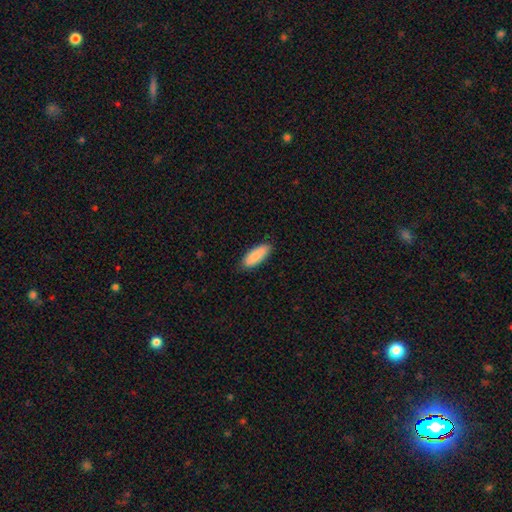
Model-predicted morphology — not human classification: A smooth galaxy with no disk features (89%) that is in between round and cigar-shaped (67%).

Vote fractions:
- Smooth or featured? smooth: 89% / featured or disk: 6% / star or artifact: 5%
- How rounded? in between: 67% / cigar-shaped: 31% / round: 2%
- Merging? none: 87% / minor disturbance: 11% / major disturbance: 2% / merger: 1%